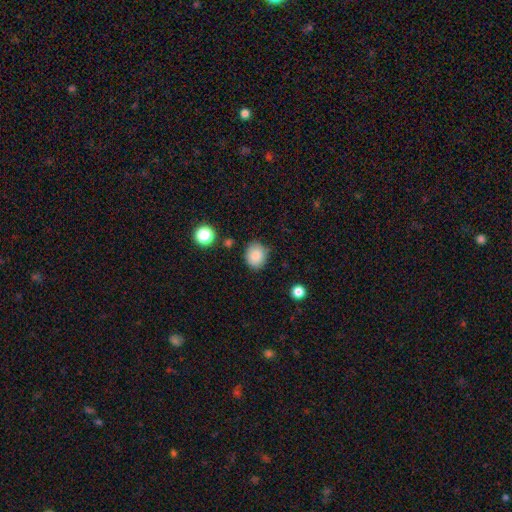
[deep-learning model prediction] Smooth or featured?
  - smooth: 87% *
  - star or artifact: 9%
  - featured or disk: 4%
How rounded?
  - round: 62% *
  - in between: 37%
  - cigar-shaped: 1%
Merging?
  - none: 78% *
  - minor disturbance: 15%
  - major disturbance: 4%
  - merger: 3%